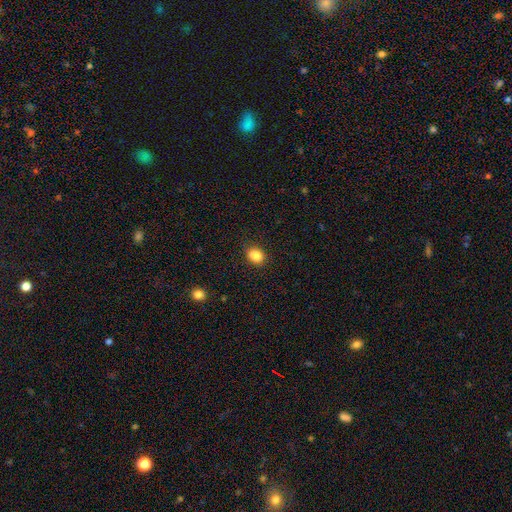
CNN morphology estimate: smooth-or-featured: smooth: 86% | star or artifact: 10% | featured or disk: 4%
  how-rounded: in between: 54% | round: 45% | cigar-shaped: 1%
  merging: none: 83% | minor disturbance: 13% | major disturbance: 3% | merger: 1%